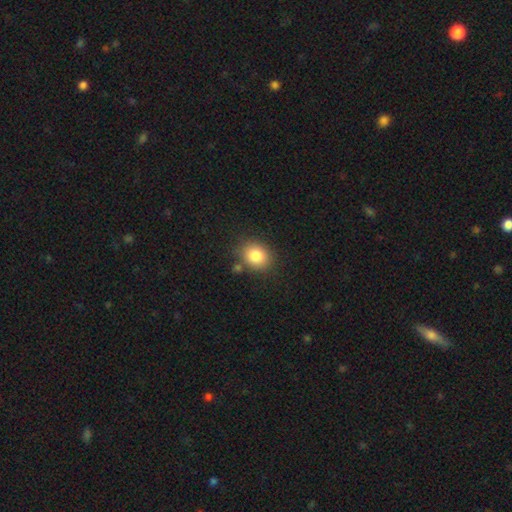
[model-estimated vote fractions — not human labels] This appears to be a smooth galaxy with no disk features (84%) that is round (59%). Merging: none (79%).